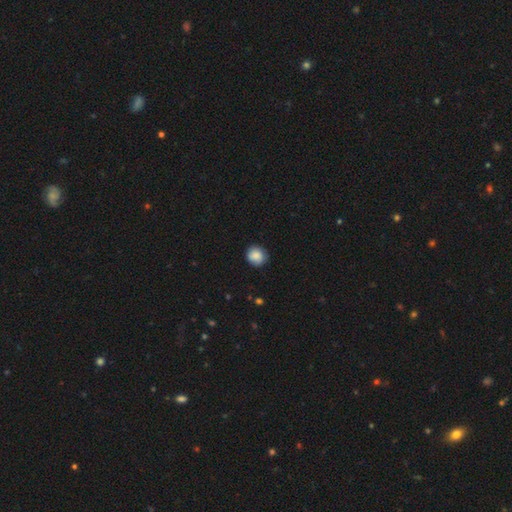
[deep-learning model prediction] Smooth or featured: smooth — 87% (star or artifact — 8%)
How rounded: round — 86% (in between — 13%)
Merging: none — 85% (minor disturbance — 12%)